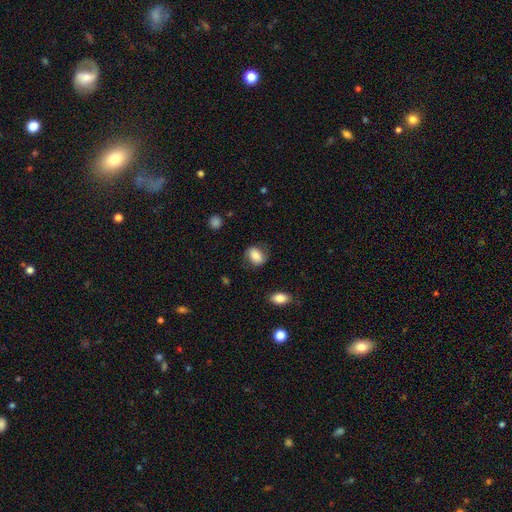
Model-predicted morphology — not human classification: Q: Smooth or featured?
A: smooth (73%); runner-up: featured or disk (19%)
Q: How rounded?
A: in between (70%); runner-up: round (28%)
Q: Merging?
A: none (70%); runner-up: minor disturbance (20%)